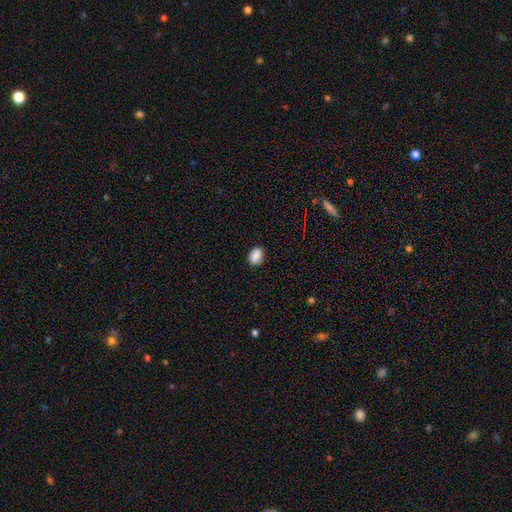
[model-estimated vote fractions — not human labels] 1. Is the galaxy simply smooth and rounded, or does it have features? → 88% smooth, 8% star or artifact, 3% featured or disk.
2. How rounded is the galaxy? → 75% in between, 23% round, 1% cigar-shaped.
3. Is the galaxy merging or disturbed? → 85% none, 11% minor disturbance, 2% major disturbance, 1% merger.